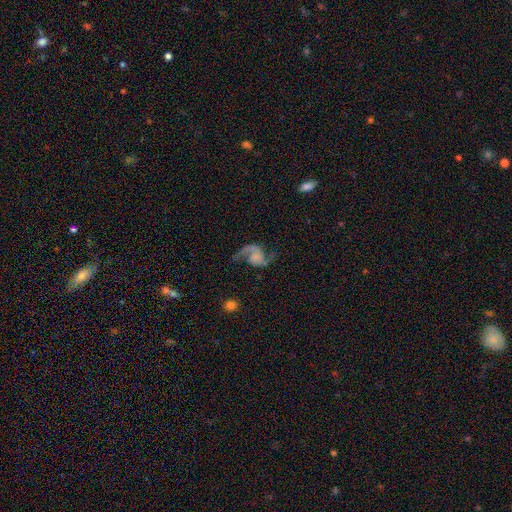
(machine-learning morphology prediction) Overall: featured or disk (86%). Edge-on disk: no (98%). Bar: no (66%; weak 27%). Spiral arms: yes (96%). Spiral arm count: 2 (89%). Spiral winding: loose (61%; medium 33%). Bulge size: none (47%; small 23%). Merging: none (62%).